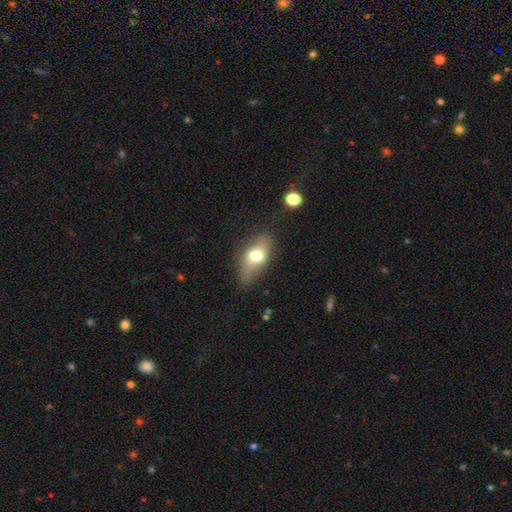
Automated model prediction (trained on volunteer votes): Smooth or featured?
  - smooth: 63% *
  - featured or disk: 28%
  - star or artifact: 9%
How rounded?
  - in between: 80% *
  - round: 11%
  - cigar-shaped: 10%
Merging?
  - none: 68% *
  - minor disturbance: 22%
  - major disturbance: 8%
  - merger: 2%